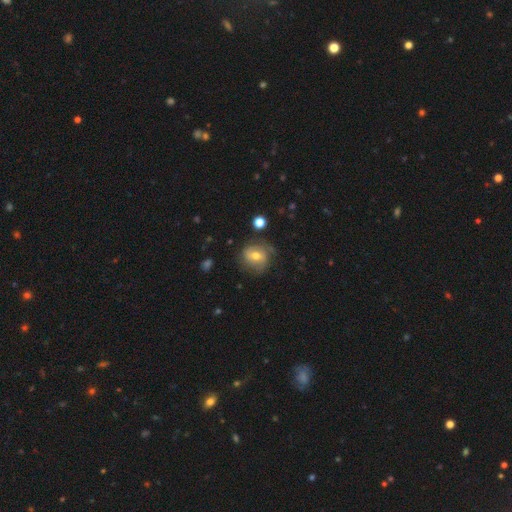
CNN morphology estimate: A featured or disk galaxy (47%). Merging: none (61%).